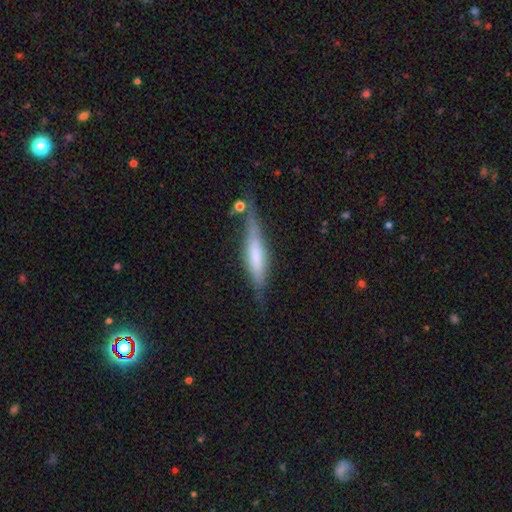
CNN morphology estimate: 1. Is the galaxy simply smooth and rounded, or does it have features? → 51% featured or disk, 42% smooth, 7% star or artifact.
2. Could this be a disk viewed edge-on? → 92% yes, 8% no.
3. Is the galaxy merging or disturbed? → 70% none, 20% minor disturbance, 6% major disturbance, 4% merger.